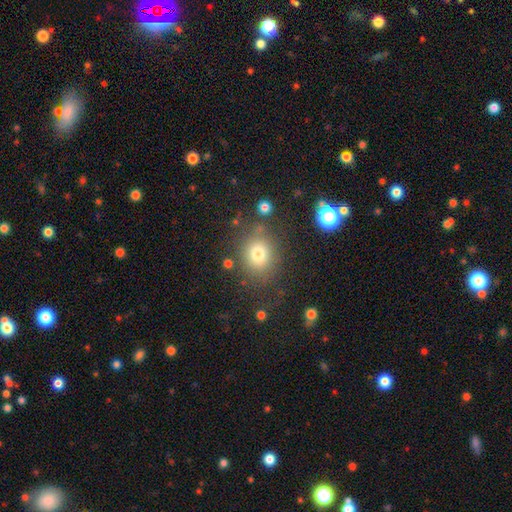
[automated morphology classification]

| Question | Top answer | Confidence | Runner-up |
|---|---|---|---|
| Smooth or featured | smooth | 57% | star or artifact (34%) |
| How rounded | round | 74% | in between (25%) |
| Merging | none | 86% | minor disturbance (8%) |